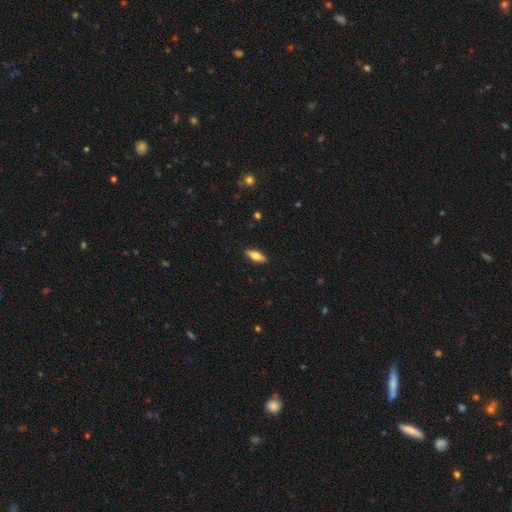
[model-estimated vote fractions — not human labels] Smooth or featured: smooth — 66% (featured or disk — 28%)
How rounded: in between — 62% (cigar-shaped — 35%)
Merging: none — 90% (minor disturbance — 8%)